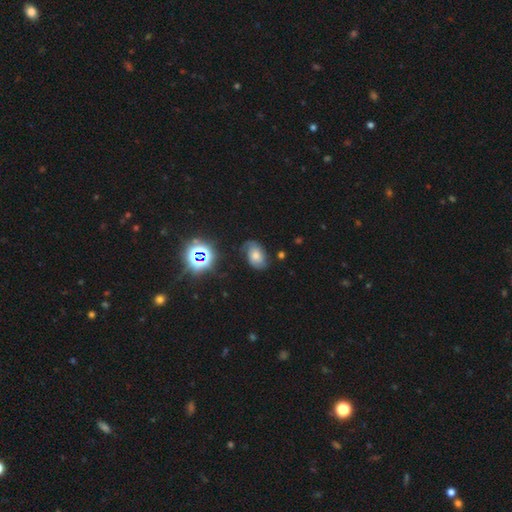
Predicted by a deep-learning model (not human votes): Smooth or featured? Predicted: smooth (p=0.43). Merging? Predicted: none (p=0.66).